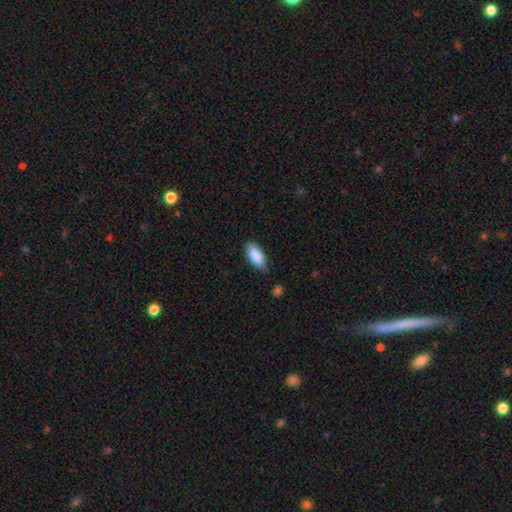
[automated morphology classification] Q: Smooth or featured?
A: smooth (88%); runner-up: star or artifact (6%)
Q: How rounded?
A: in between (88%); runner-up: cigar-shaped (10%)
Q: Merging?
A: none (78%); runner-up: minor disturbance (17%)